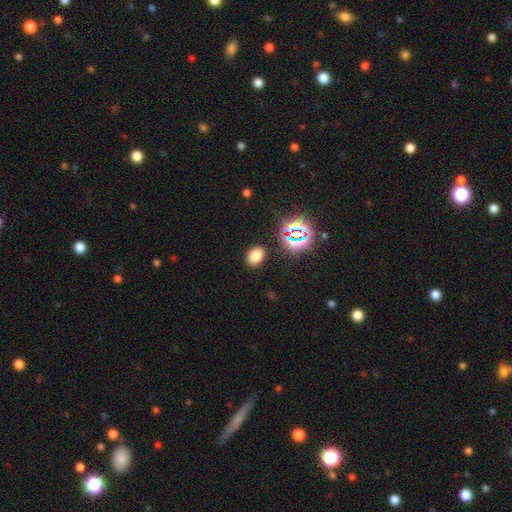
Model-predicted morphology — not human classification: smooth 73%, star or artifact 20%, featured or disk 7%. Down the decision tree: how rounded — in between (72%); merging — none (86%).